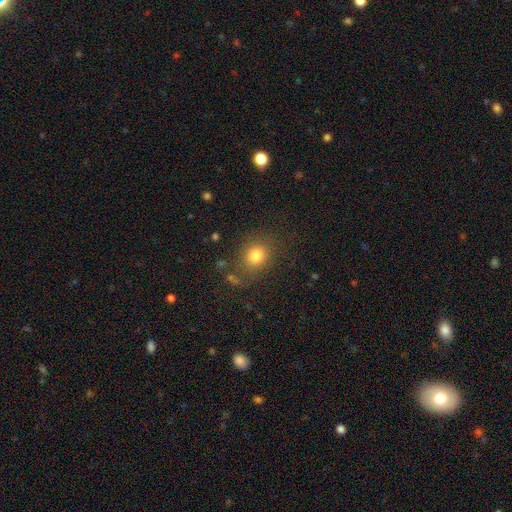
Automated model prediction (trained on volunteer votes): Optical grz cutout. It shows a smooth galaxy with no disk features (78%) that is round (72%). Merging: none (80%).